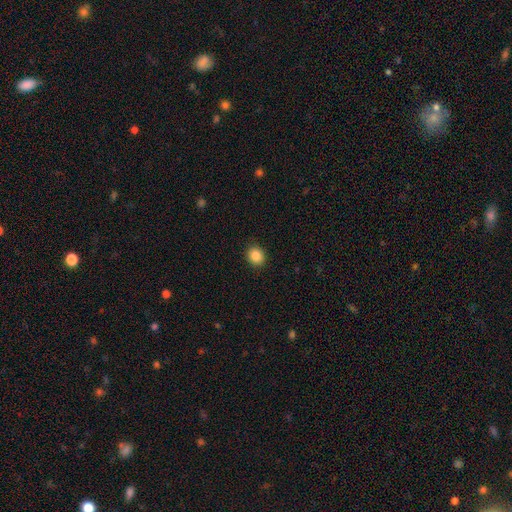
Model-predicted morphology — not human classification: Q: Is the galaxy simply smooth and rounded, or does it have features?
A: smooth — 87%.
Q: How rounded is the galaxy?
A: round — 70%.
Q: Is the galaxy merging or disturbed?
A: none — 91%.